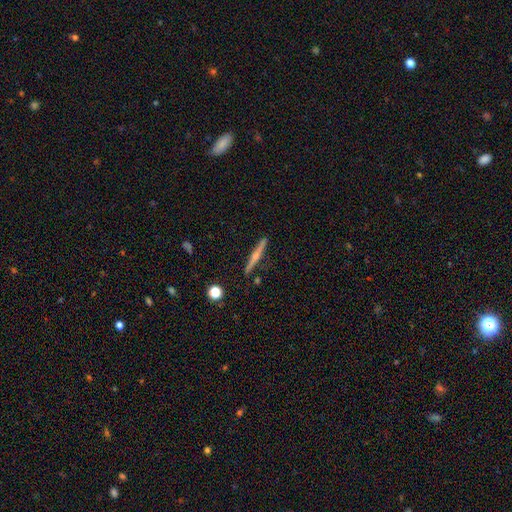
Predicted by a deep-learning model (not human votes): Overall: featured or disk (69%). Edge-on disk: yes (98%). Edge-on bulge: rounded (82%). Merging: none (90%).